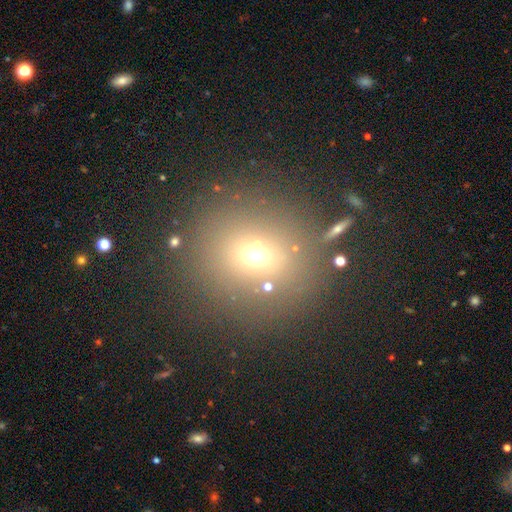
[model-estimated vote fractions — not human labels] Smooth or featured? smooth (58%)
How rounded? round (87%)
Merging? none (81%)